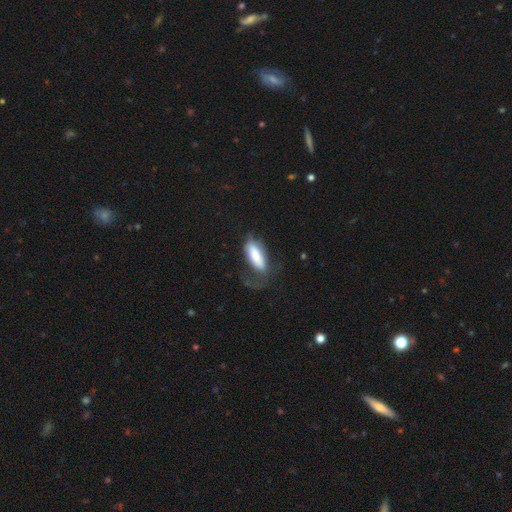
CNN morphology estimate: A smooth galaxy with no disk features (72%) that is in between round and cigar-shaped (69%). Merging: major disturbance (36%).